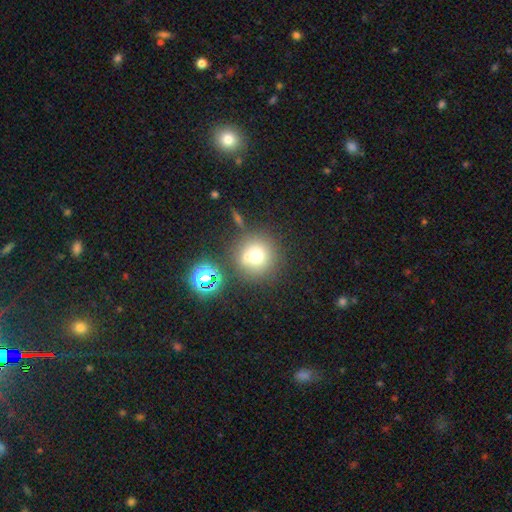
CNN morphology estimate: Smooth or featured: smooth — 67% (star or artifact — 18%)
How rounded: round — 93% (in between — 6%)
Merging: none — 62% (merger — 23%)